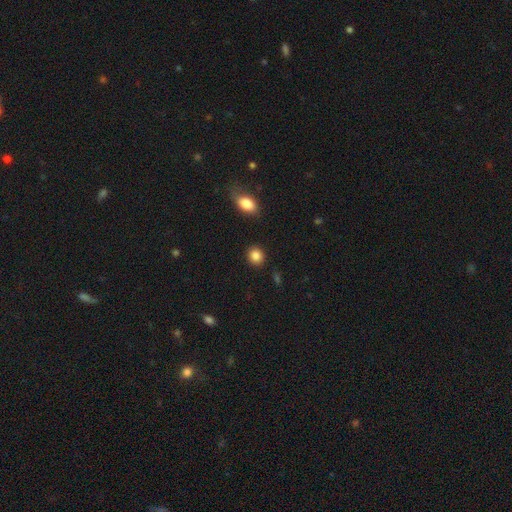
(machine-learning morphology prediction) type=smooth (87%); roundness=round (81%); merging=none (90%).